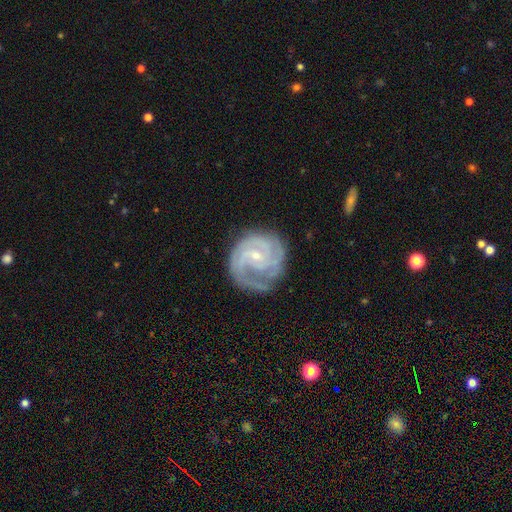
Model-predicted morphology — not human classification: smooth_or_featured: featured or disk (p=0.88) [alt: smooth p=0.06]
disk_edge_on: no (p=0.98) [alt: yes p=0.02]
bar: no (p=0.51) [alt: weak p=0.39]
has_spiral_arms: yes (p=0.98) [alt: no p=0.02]
spiral_winding: tight (p=0.65) [alt: medium p=0.30]
spiral_arm_count: 3 (p=0.33) [alt: 2 p=0.30]
bulge_size: small (p=0.78) [alt: moderate p=0.18]
merging: none (p=0.67) [alt: minor disturbance p=0.21]